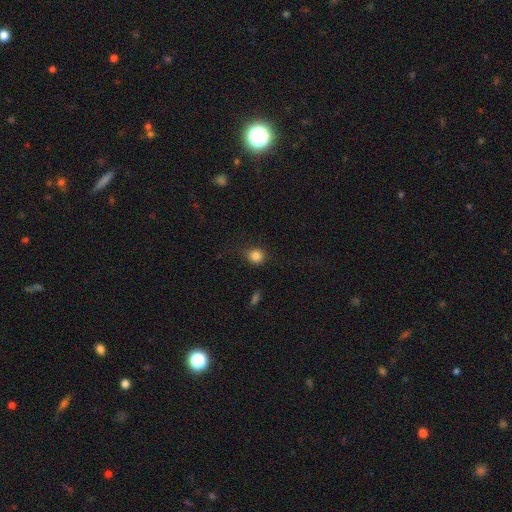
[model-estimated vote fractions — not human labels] A smooth galaxy with no disk features (84%) that is round (83%).

Vote fractions:
- Smooth or featured? smooth: 84% / star or artifact: 11% / featured or disk: 5%
- How rounded? round: 83% / in between: 16% / cigar-shaped: 1%
- Merging? none: 79% / minor disturbance: 15% / major disturbance: 4% / merger: 1%